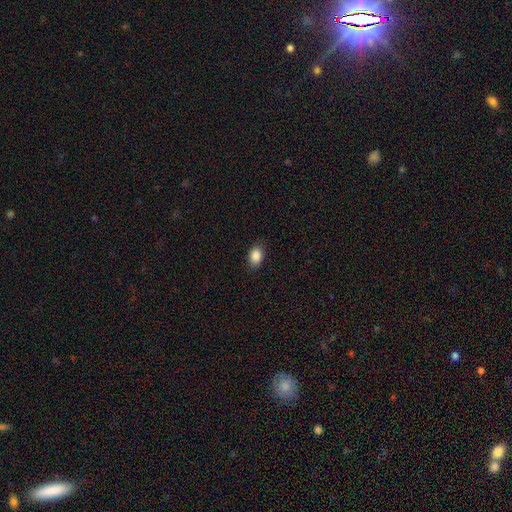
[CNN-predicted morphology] This appears to be a smooth galaxy with no disk features (88%) that is in between round and cigar-shaped (81%). Merging: none (87%).